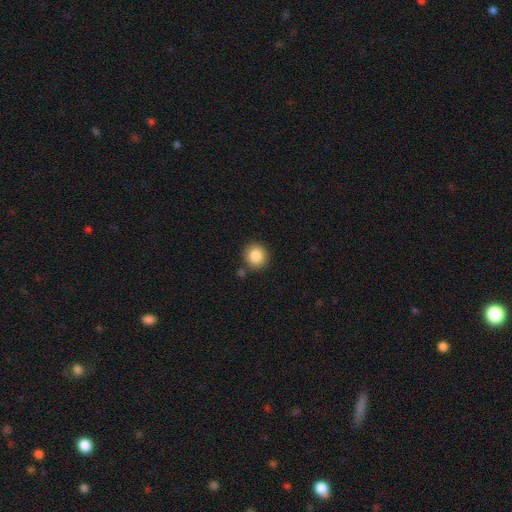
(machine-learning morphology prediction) smooth_or_featured: smooth (p=0.85) [alt: star or artifact p=0.09]
how_rounded: round (p=0.89) [alt: in between p=0.10]
merging: none (p=0.85) [alt: minor disturbance p=0.08]